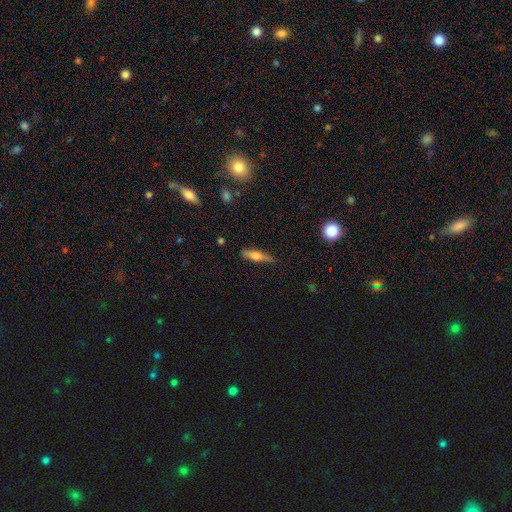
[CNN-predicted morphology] type=smooth (54%); roundness=cigar-shaped (70%); merging=none (76%).